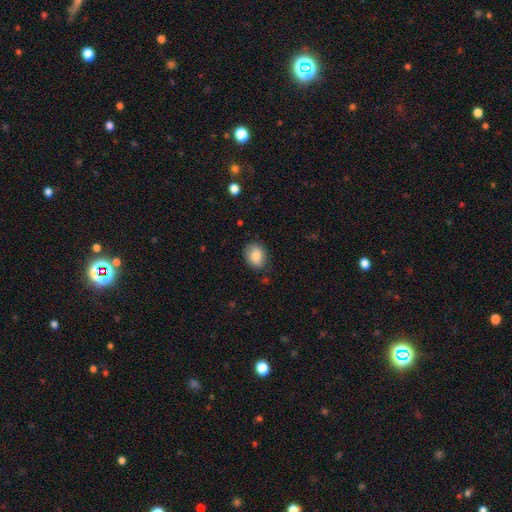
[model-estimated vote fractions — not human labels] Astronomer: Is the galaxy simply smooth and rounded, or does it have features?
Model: smooth — 84%.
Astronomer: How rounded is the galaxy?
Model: in between — 59% (runner-up: round, 40%).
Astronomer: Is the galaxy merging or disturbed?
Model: none — 77%.